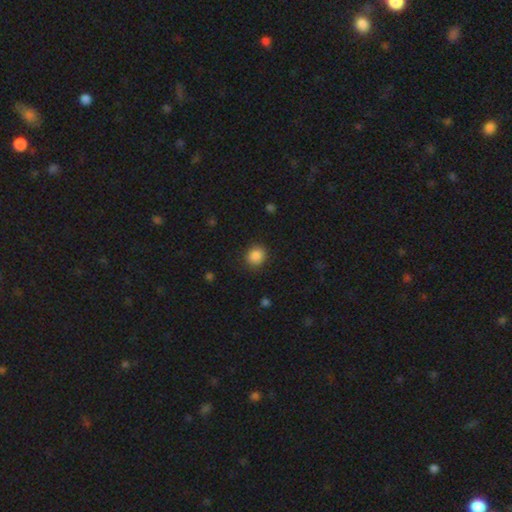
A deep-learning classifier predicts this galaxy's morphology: smooth-or-featured: smooth: 87% | star or artifact: 10% | featured or disk: 3%
  how-rounded: round: 79% | in between: 20% | cigar-shaped: 1%
  merging: none: 87% | minor disturbance: 9% | major disturbance: 3% | merger: 1%